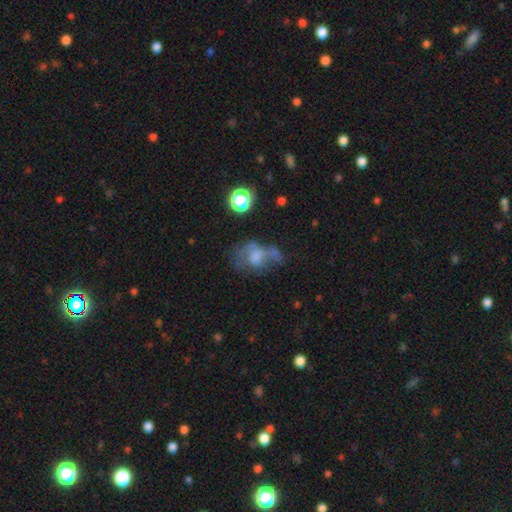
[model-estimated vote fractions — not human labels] Q: Smooth or featured?
A: smooth (47%); runner-up: featured or disk (35%)
Q: Merging?
A: major disturbance (37%); runner-up: none (27%)